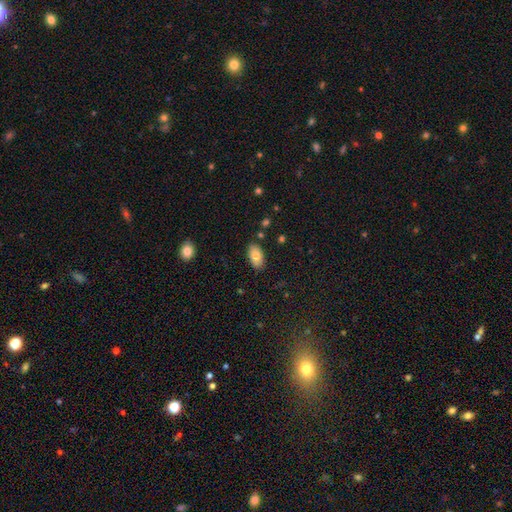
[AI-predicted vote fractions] This appears to be a smooth galaxy with no disk features (80%) that is in between round and cigar-shaped (94%). Merging: none (86%).